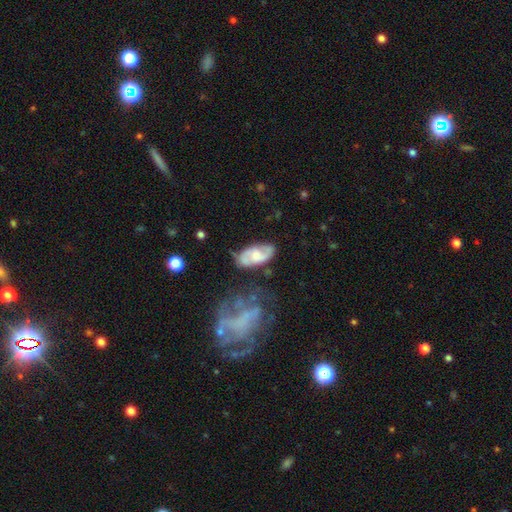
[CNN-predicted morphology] A featured or disk galaxy (64%) with no bar (54%), 2 (79%) medium (47%) spiral arms (85%) and a moderate central bulge (48%).

Vote fractions:
- Smooth or featured? featured or disk: 64% / smooth: 30% / star or artifact: 6%
- Edge-on disk? no: 94% / yes: 6%
- Bar? no: 54% / weak: 38% / strong: 8%
- Spiral arms? yes: 85% / no: 15%
- Spiral winding? medium: 47% / tight: 29% / loose: 24%
- Spiral arm count? 2: 79% / can't tell: 14% / 3: 3% / 1: 3% / 4: 1% / more than 4: 1%
- Bulge size? moderate: 48% / small: 31% / large: 10% / none: 10% / dominant: 2%
- Merging? none: 68% / minor disturbance: 20% / major disturbance: 7% / merger: 5%